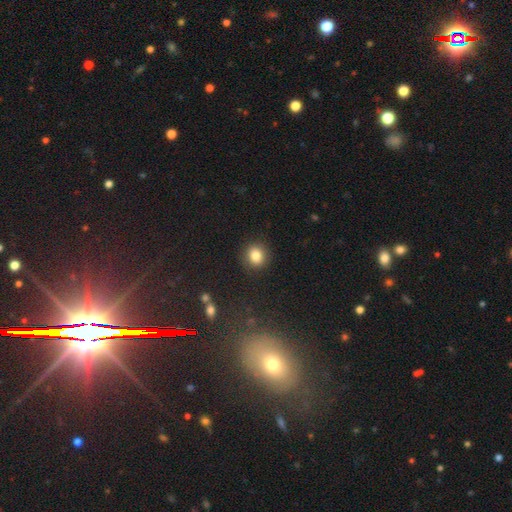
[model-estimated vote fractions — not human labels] Smooth or featured? smooth (83%)
How rounded? round (79%)
Merging? none (90%)